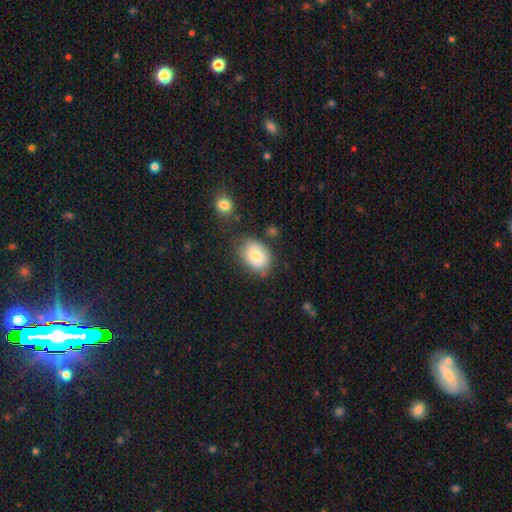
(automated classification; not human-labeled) A smooth galaxy with no disk features (77%) that is in between round and cigar-shaped (73%). Merging: none (68%).